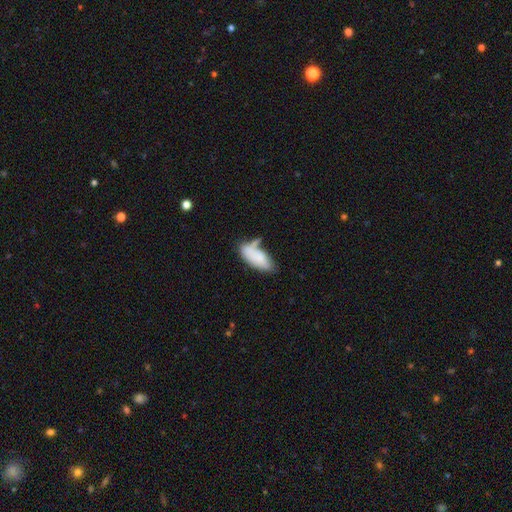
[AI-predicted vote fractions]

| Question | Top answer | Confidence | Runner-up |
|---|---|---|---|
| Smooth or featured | smooth | 78% | featured or disk (16%) |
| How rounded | in between | 81% | cigar-shaped (17%) |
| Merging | none | 42% | merger (24%) |